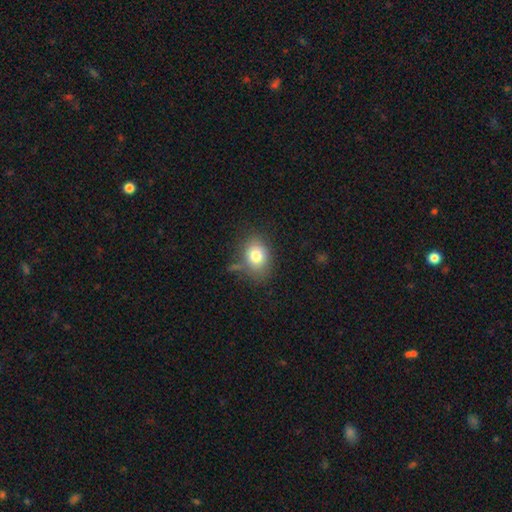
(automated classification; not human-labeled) Smooth or featured? Predicted: smooth (p=0.79). How rounded? Predicted: in between (p=0.57). Merging? Predicted: none (p=0.69).